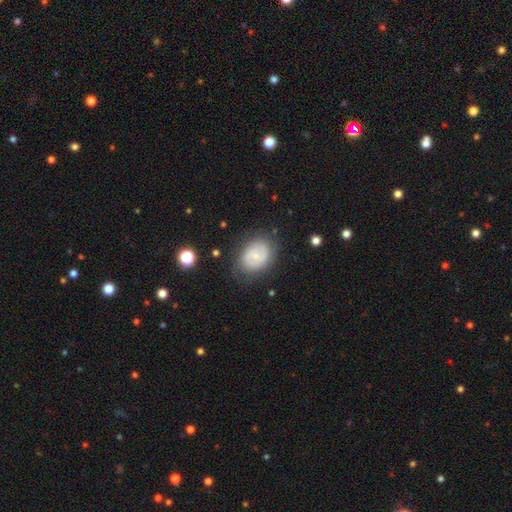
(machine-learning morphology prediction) A featured or disk galaxy (50%). Merging: none (74%).